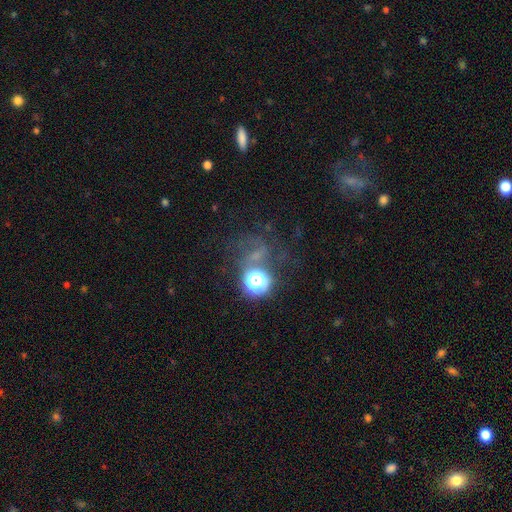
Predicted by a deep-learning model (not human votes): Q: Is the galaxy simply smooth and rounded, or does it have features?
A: star or artifact — 48%.